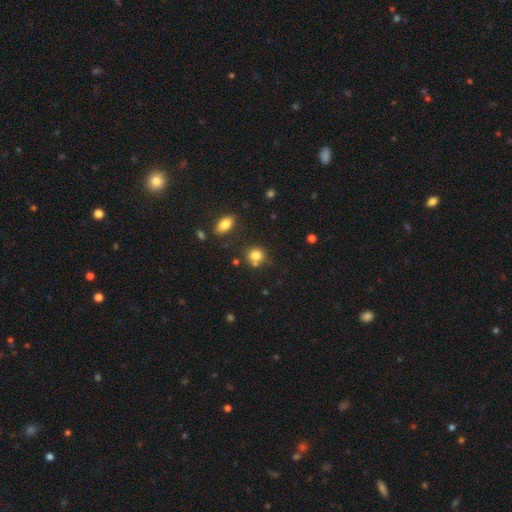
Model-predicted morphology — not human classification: Smooth or featured?
  - smooth: 80% *
  - star or artifact: 12%
  - featured or disk: 8%
How rounded?
  - round: 80% *
  - in between: 19%
  - cigar-shaped: 1%
Merging?
  - none: 65% *
  - merger: 17%
  - minor disturbance: 14%
  - major disturbance: 4%